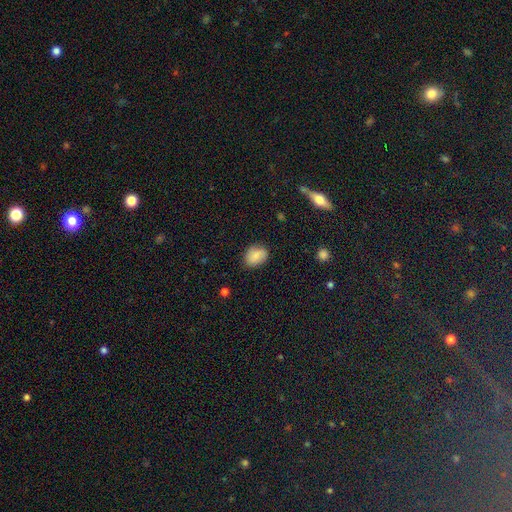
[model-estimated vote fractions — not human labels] smooth-or-featured: smooth: 82% | featured or disk: 10% | star or artifact: 8%
  how-rounded: in between: 67% | round: 32% | cigar-shaped: 1%
  merging: none: 79% | minor disturbance: 16% | major disturbance: 3% | merger: 1%